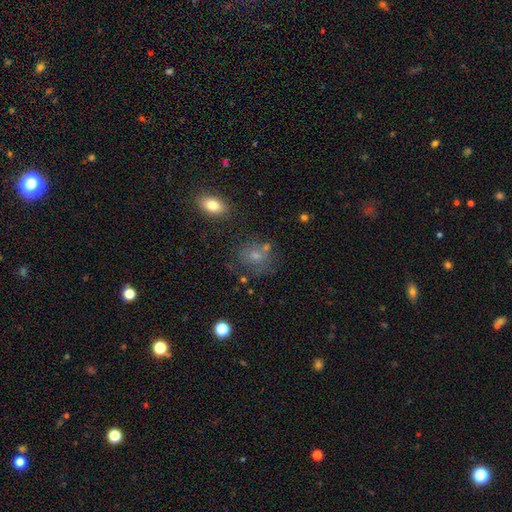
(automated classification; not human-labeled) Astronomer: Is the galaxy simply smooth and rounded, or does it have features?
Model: smooth — 58%.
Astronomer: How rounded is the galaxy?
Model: round — 63%.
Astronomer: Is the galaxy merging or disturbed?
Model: none — 60%.